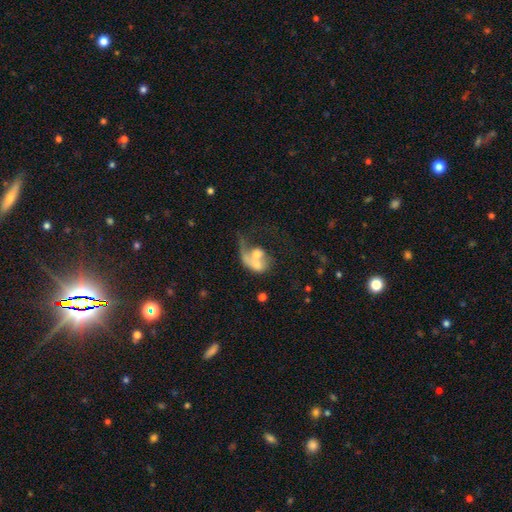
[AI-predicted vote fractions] smooth_or_featured: featured or disk (p=0.56) [alt: smooth p=0.36]
disk_edge_on: no (p=0.97) [alt: yes p=0.03]
bar: no (p=0.79) [alt: weak p=0.17]
has_spiral_arms: yes (p=0.59) [alt: no p=0.41]
bulge_size: moderate (p=0.47) [alt: small p=0.22]
merging: merger (p=0.49) [alt: major disturbance p=0.27]